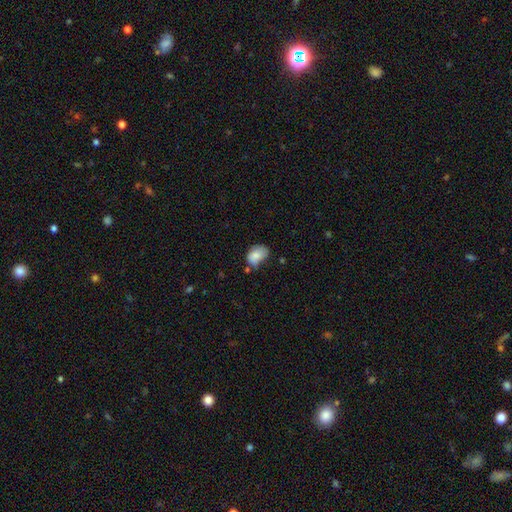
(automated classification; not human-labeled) A smooth galaxy with no disk features (82%) that is in between round and cigar-shaped (82%).

Vote fractions:
- Smooth or featured? smooth: 82% / featured or disk: 10% / star or artifact: 8%
- How rounded? in between: 82% / round: 17% / cigar-shaped: 1%
- Merging? none: 43% / minor disturbance: 38% / major disturbance: 11% / merger: 8%